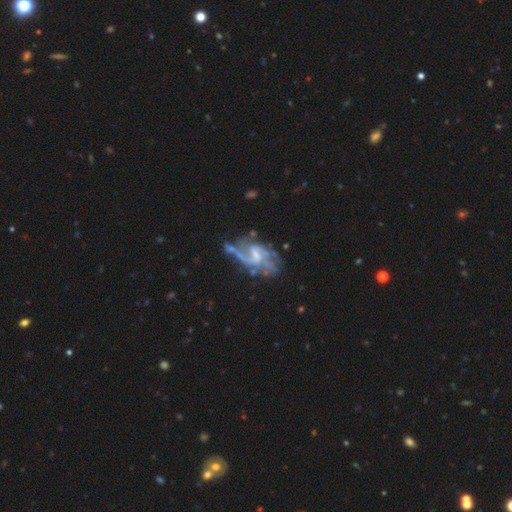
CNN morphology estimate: Overall: featured or disk (84%). Edge-on disk: no (97%). Bar: weak (54%; no 27%). Spiral arms: yes (88%). Spiral arm count: 2 (53%; can't tell 19%). Spiral winding: loose (48%; medium 38%). Bulge size: small (36%; none 35%). Merging: none (39%; major disturbance 30%).